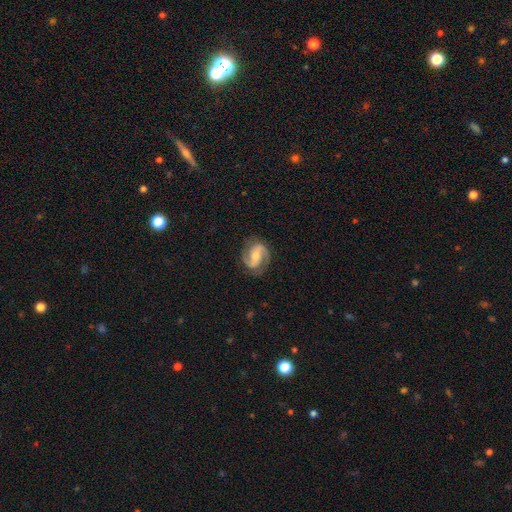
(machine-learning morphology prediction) Smooth or featured? Predicted: featured or disk (p=0.86). Edge-on disk? Predicted: no (p=0.98). Bar? Predicted: weak (p=0.40). Spiral arms? Predicted: yes (p=0.97). Spiral winding? Predicted: medium (p=0.52). Spiral arm count? Predicted: 2 (p=0.92). Bulge size? Predicted: moderate (p=0.54). Merging? Predicted: none (p=0.82).